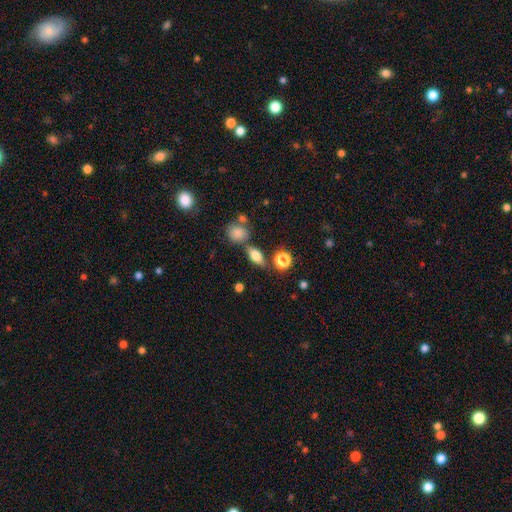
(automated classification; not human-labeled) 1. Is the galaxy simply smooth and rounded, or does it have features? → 69% smooth, 20% featured or disk, 11% star or artifact.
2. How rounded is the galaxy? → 68% in between, 18% round, 15% cigar-shaped.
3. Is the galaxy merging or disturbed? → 73% none, 12% minor disturbance, 10% merger, 4% major disturbance.